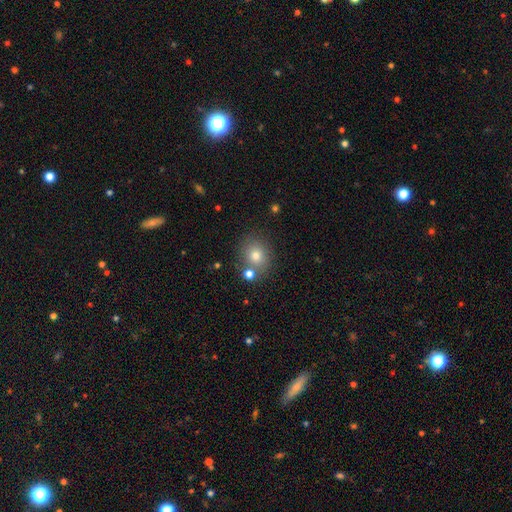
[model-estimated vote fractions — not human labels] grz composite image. It shows a smooth galaxy with no disk features (77%) that is round (72%). Merging: none (73%).